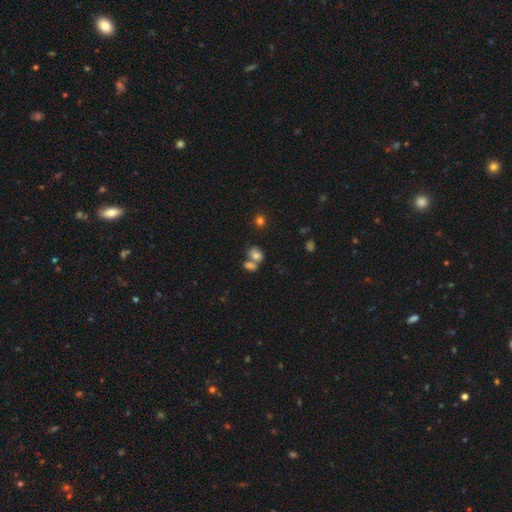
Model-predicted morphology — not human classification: Overall: smooth (75%). How rounded: in between (70%). Merging: merger (51%; none 34%).